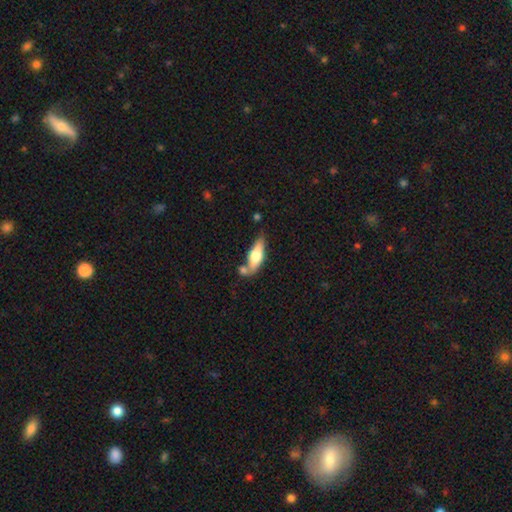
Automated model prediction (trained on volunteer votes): This appears to be a smooth galaxy with no disk features (62%) that is in between round and cigar-shaped (57%). Merging: none (53%).